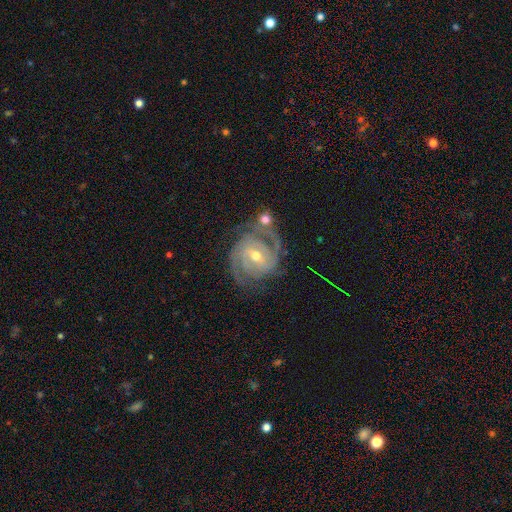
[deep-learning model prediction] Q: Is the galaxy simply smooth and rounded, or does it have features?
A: featured or disk — 90%.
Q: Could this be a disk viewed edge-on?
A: no — 97%.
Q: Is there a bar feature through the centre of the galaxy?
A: weak — 50%.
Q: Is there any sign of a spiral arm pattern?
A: yes — 98%.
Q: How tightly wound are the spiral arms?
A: tight — 67%.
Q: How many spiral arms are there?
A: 2 — 40%.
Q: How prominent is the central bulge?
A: moderate — 59%.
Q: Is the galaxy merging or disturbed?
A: none — 68%.